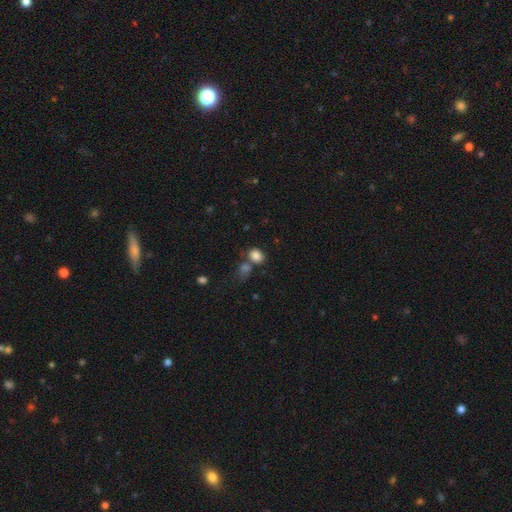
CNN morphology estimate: Q: Smooth or featured?
A: smooth (83%); runner-up: star or artifact (11%)
Q: How rounded?
A: in between (55%); runner-up: round (44%)
Q: Merging?
A: none (56%); runner-up: merger (26%)